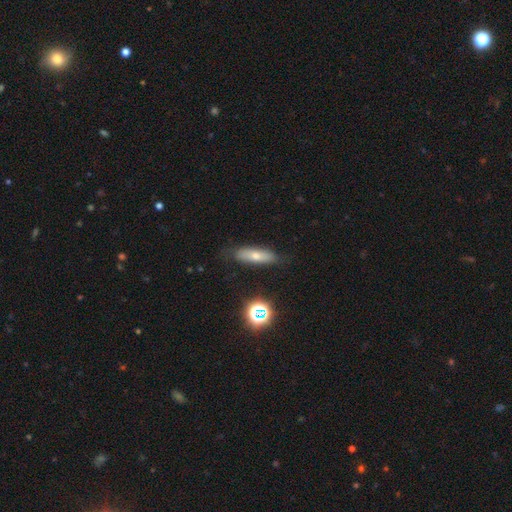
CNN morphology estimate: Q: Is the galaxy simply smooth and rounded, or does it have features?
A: smooth — 64%.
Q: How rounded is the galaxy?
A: cigar-shaped — 51%.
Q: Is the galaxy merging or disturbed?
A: none — 79%.